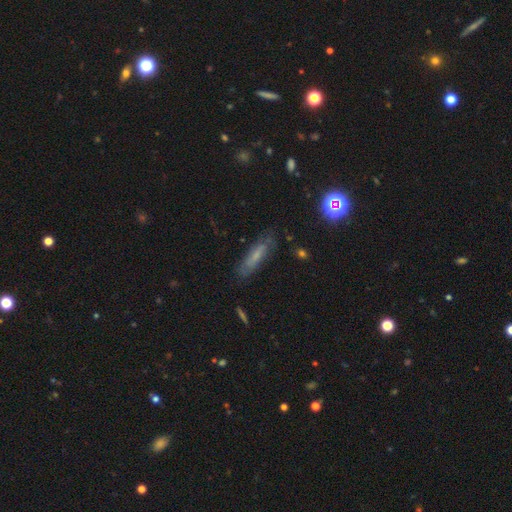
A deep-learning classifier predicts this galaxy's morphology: smooth_or_featured: smooth (p=0.50) [alt: featured or disk p=0.38]
how_rounded: cigar-shaped (p=0.68) [alt: in between p=0.29]
merging: none (p=0.74) [alt: minor disturbance p=0.18]